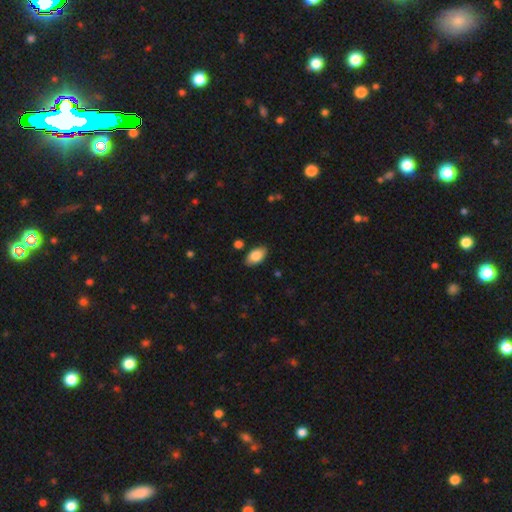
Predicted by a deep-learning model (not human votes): Smooth or featured?
  - smooth: 83% *
  - featured or disk: 10%
  - star or artifact: 7%
How rounded?
  - in between: 94% *
  - round: 4%
  - cigar-shaped: 2%
Merging?
  - none: 86% *
  - minor disturbance: 10%
  - major disturbance: 2%
  - merger: 2%